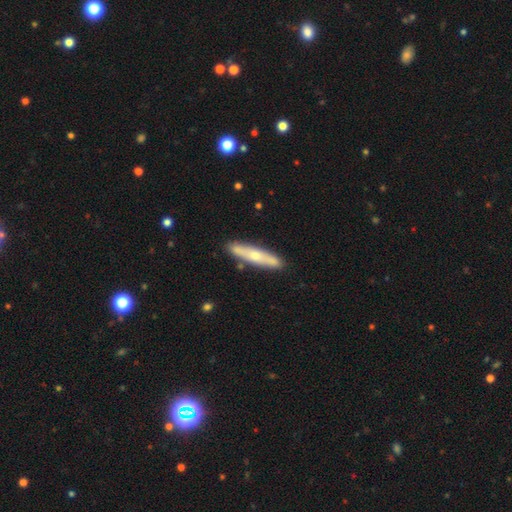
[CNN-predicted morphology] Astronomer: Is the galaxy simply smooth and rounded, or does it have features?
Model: smooth — 49% (runner-up: featured or disk, 46%).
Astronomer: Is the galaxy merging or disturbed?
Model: none — 85%.